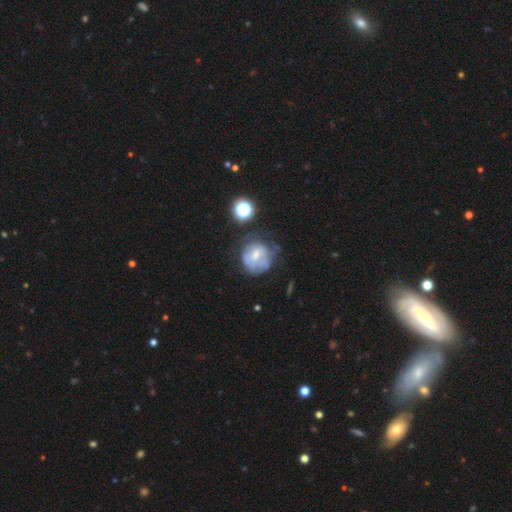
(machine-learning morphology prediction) Smooth or featured: featured or disk — 49% (smooth — 39%)
Merging: none — 43% (minor disturbance — 28%)